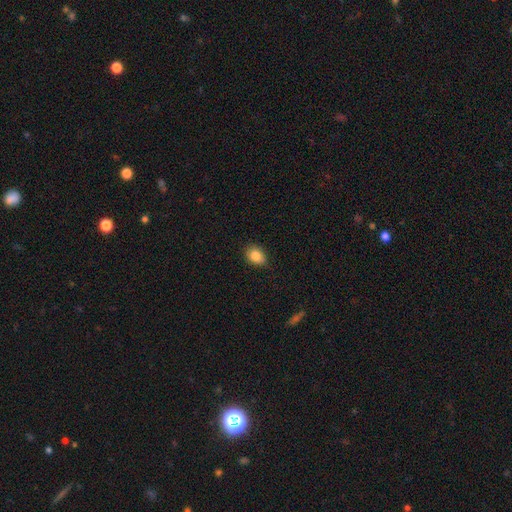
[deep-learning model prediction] smooth-or-featured: smooth: 86% | star or artifact: 8% | featured or disk: 5%
  how-rounded: in between: 72% | round: 27% | cigar-shaped: 1%
  merging: none: 85% | minor disturbance: 12% | major disturbance: 2% | merger: 1%